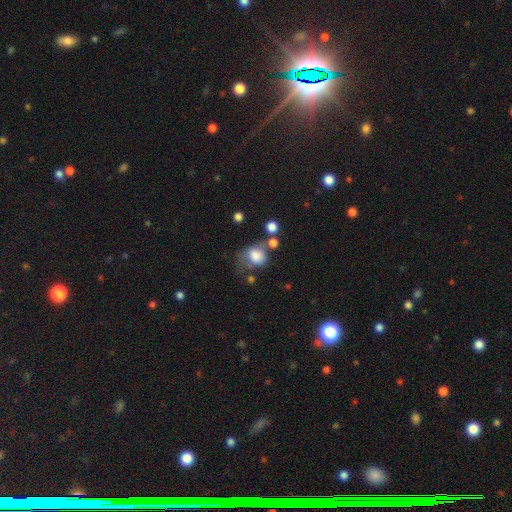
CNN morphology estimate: The model was most divided on "merging": none: 30%, major disturbance: 27%, minor disturbance: 25%, merger: 18%. More confident: smooth or featured — smooth (75%); how rounded — round (55%).